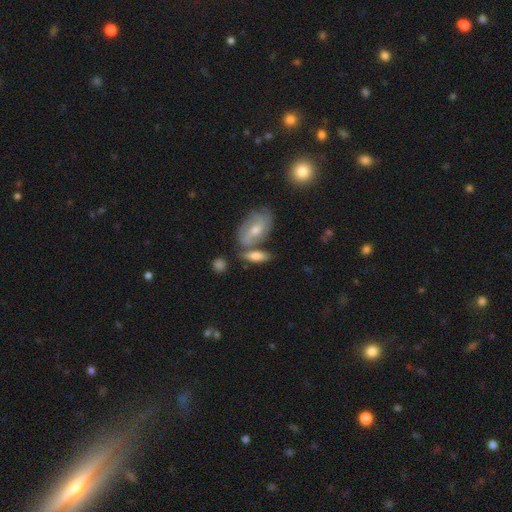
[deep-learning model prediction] Q: Smooth or featured?
A: smooth (64%); runner-up: featured or disk (29%)
Q: How rounded?
A: in between (70%); runner-up: cigar-shaped (25%)
Q: Merging?
A: none (52%); runner-up: merger (29%)